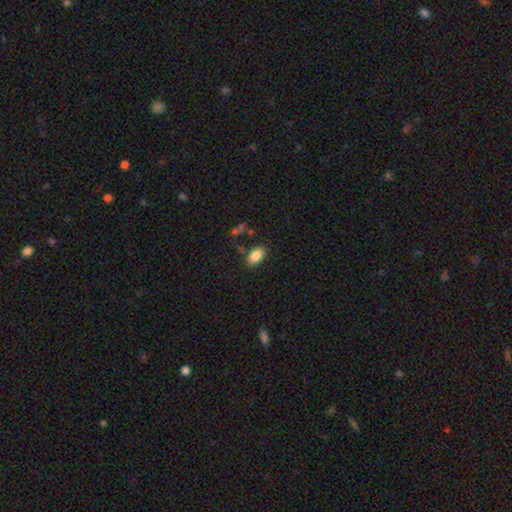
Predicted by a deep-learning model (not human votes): Smooth or featured?
  - smooth: 85% *
  - star or artifact: 8%
  - featured or disk: 7%
How rounded?
  - in between: 91% *
  - round: 7%
  - cigar-shaped: 2%
Merging?
  - none: 82% *
  - minor disturbance: 12%
  - merger: 3%
  - major disturbance: 3%